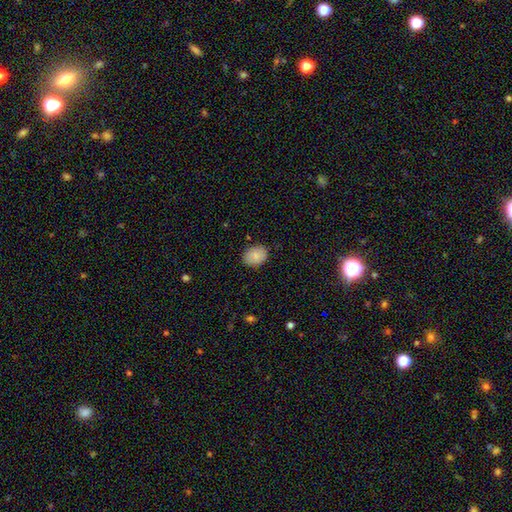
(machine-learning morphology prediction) This appears to be a smooth galaxy with no disk features (87%) that is in between round and cigar-shaped (59%). Merging: none (86%).